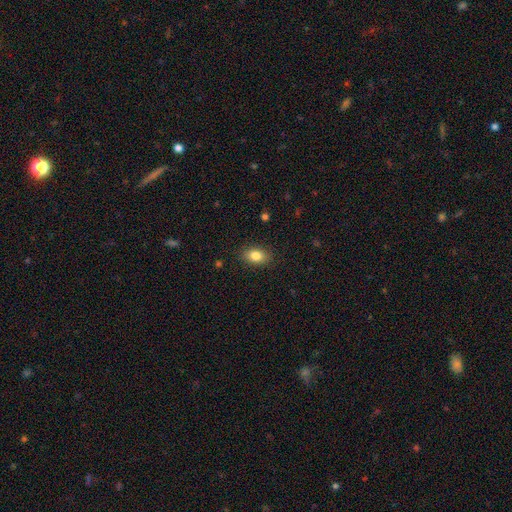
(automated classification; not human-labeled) Overall: smooth (84%). How rounded: in between (84%). Merging: none (87%).